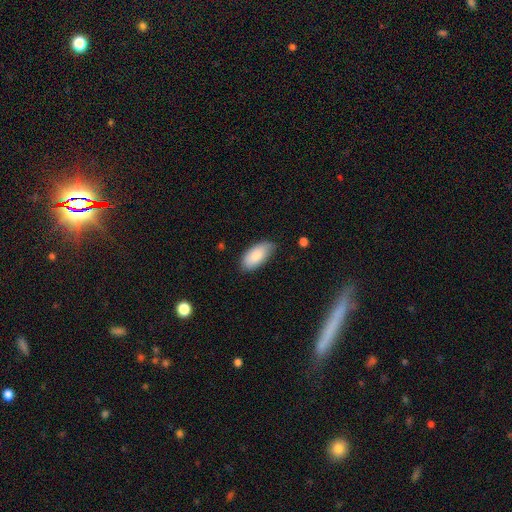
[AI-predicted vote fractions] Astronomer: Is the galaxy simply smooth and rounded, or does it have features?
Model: smooth — 86%.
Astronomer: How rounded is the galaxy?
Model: in between — 93%.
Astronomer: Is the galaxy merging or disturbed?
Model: none — 74%.